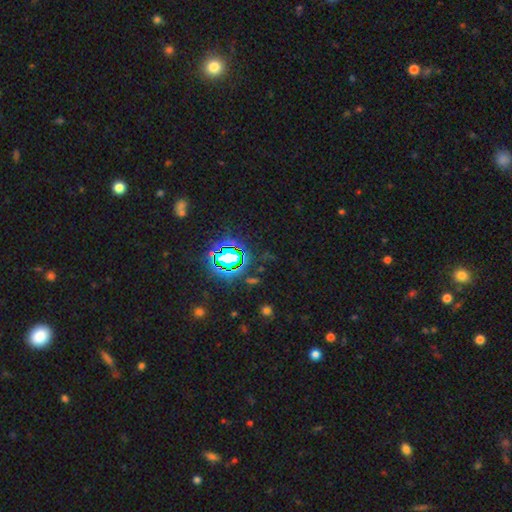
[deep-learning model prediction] Smooth or featured? Predicted: star or artifact (p=0.80).